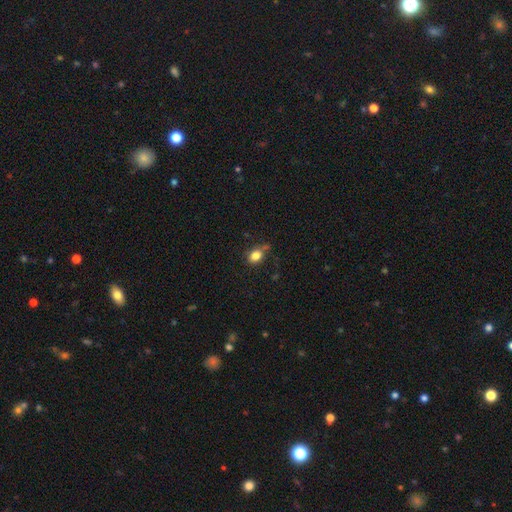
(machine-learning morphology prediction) smooth-or-featured: smooth: 81% | star or artifact: 10% | featured or disk: 8%
  how-rounded: in between: 64% | round: 34% | cigar-shaped: 2%
  merging: none: 60% | minor disturbance: 27% | major disturbance: 8% | merger: 6%